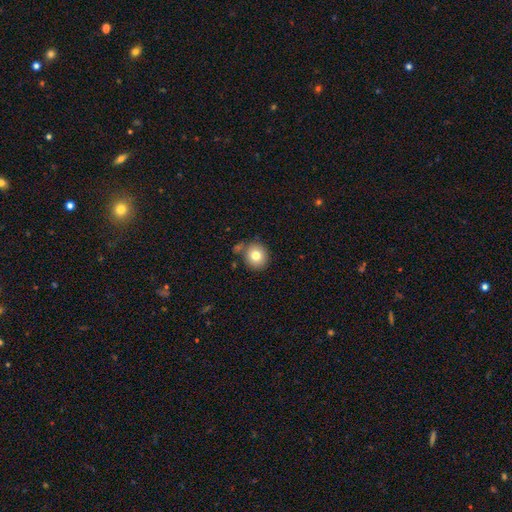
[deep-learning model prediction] This is likely a smooth galaxy (79%). How rounded: clearly round (86%). Merging: likely none (74%).